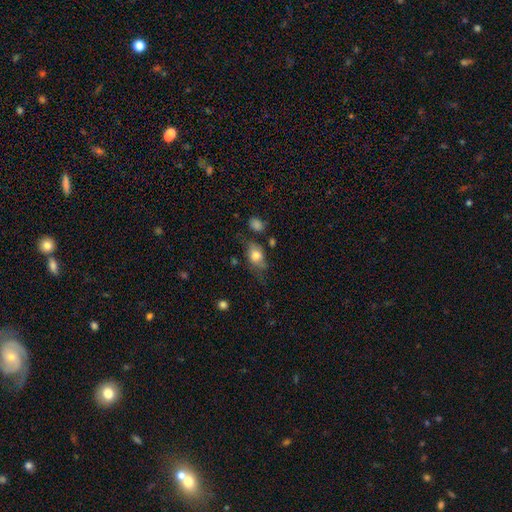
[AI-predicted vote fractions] The model was most divided on "merging": none: 55%, minor disturbance: 29%, major disturbance: 11%, merger: 5%. More confident: how rounded — in between (79%); smooth or featured — smooth (75%).